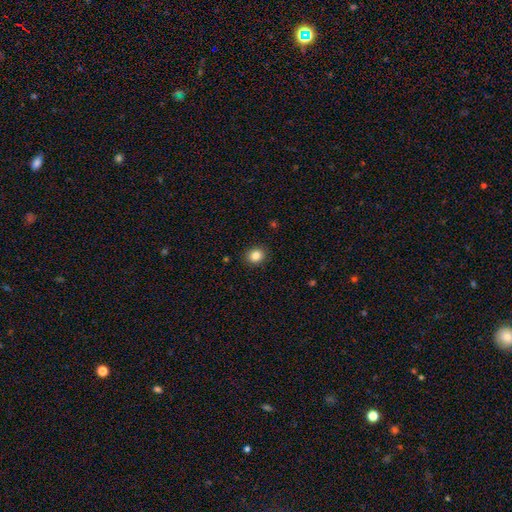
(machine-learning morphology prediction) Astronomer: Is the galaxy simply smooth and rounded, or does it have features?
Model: smooth — 84%.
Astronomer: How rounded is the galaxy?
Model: round — 68%.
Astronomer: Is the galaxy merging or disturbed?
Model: none — 90%.